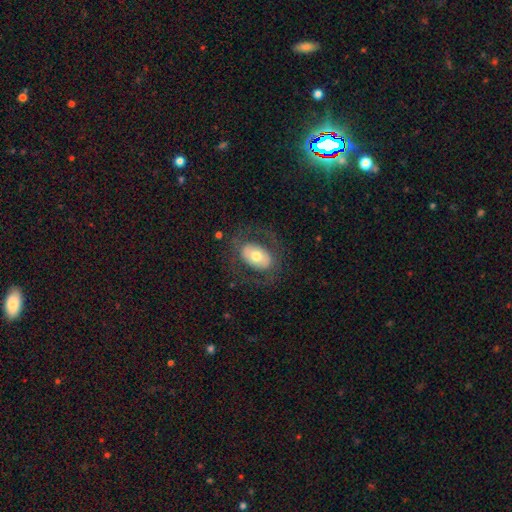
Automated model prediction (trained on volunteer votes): The model was most divided on "smooth or featured": smooth: 51%, featured or disk: 42%, star or artifact: 7%. More confident: how rounded — in between (83%); merging — none (74%).